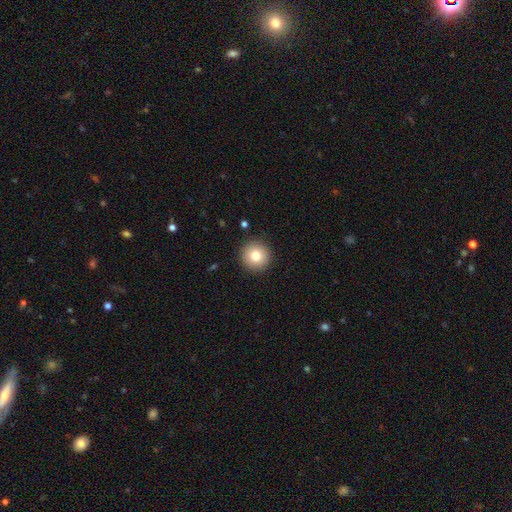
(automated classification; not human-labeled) Smooth or featured: smooth — 78% (featured or disk — 11%)
How rounded: round — 96% (in between — 3%)
Merging: none — 92% (minor disturbance — 5%)